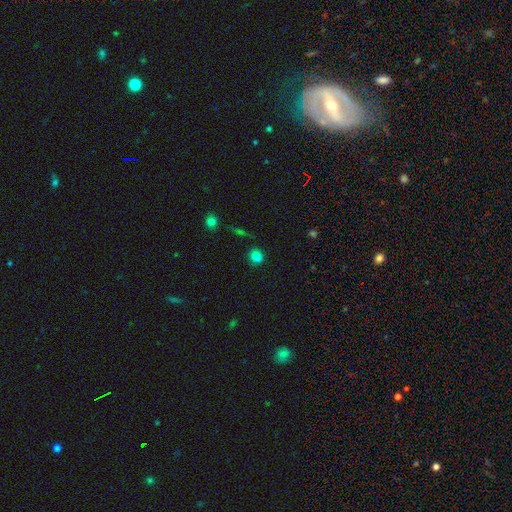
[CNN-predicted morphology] Smooth or featured: smooth — 82% (star or artifact — 12%)
How rounded: round — 79% (in between — 20%)
Merging: none — 84% (minor disturbance — 11%)